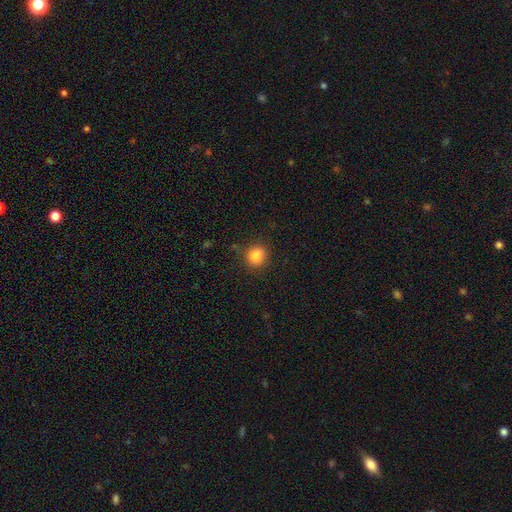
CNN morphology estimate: Q: Smooth or featured?
A: smooth (85%); runner-up: star or artifact (11%)
Q: How rounded?
A: round (72%); runner-up: in between (27%)
Q: Merging?
A: none (79%); runner-up: minor disturbance (14%)